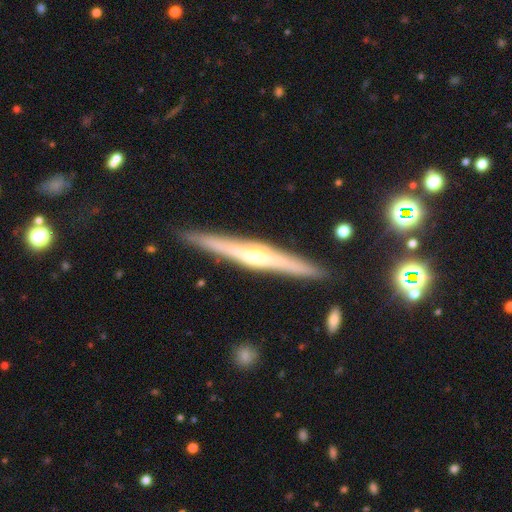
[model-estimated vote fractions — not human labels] Smooth or featured?
  - featured or disk: 76% *
  - smooth: 18%
  - star or artifact: 6%
Edge-on disk?
  - yes: 97% *
  - no: 3%
Edge-on bulge?
  - rounded: 74% *
  - none: 16%
  - boxy: 10%
Merging?
  - none: 90% *
  - minor disturbance: 7%
  - major disturbance: 1%
  - merger: 1%